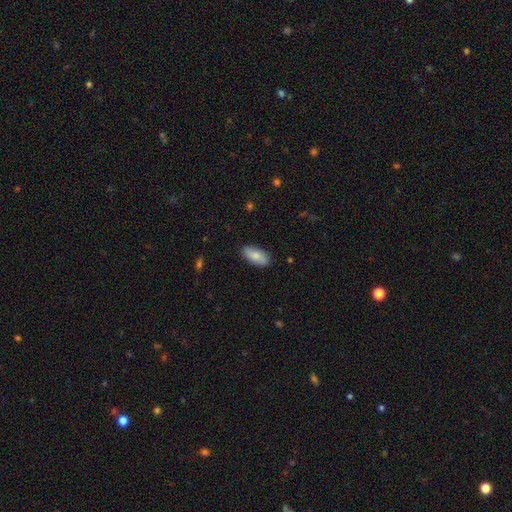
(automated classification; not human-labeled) smooth-or-featured: smooth: 82% | featured or disk: 12% | star or artifact: 6%
  how-rounded: in between: 89% | cigar-shaped: 9% | round: 2%
  merging: none: 86% | minor disturbance: 11% | major disturbance: 2% | merger: 1%